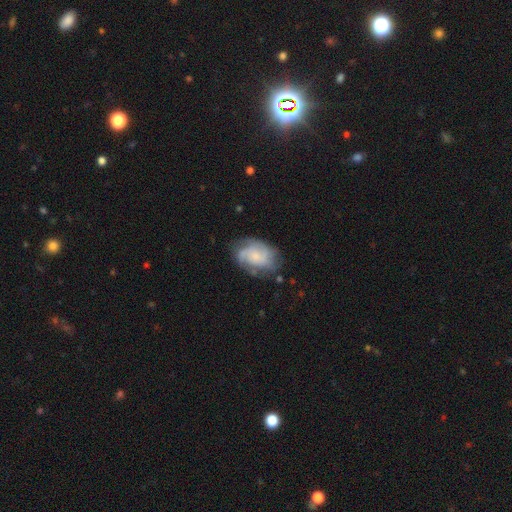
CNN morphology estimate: A featured or disk galaxy (70%) with no bar (71%), 2 (32%) tight (42%, tied with medium) spiral arms (92%) and a small central bulge (50%).

Vote fractions:
- Smooth or featured? featured or disk: 70% / smooth: 23% / star or artifact: 7%
- Edge-on disk? no: 97% / yes: 3%
- Bar? no: 71% / weak: 25% / strong: 4%
- Spiral arms? yes: 92% / no: 8%
- Spiral winding? tight: 42% (tied) / medium: 42% (tied) / loose: 17%
- Spiral arm count? 2: 32% / can't tell: 28% / 3: 24% / 4: 6% / 1: 5% / more than 4: 4%
- Bulge size? small: 50% / moderate: 25% / none: 18% / large: 6% / dominant: 2%
- Merging? none: 66% / minor disturbance: 22% / major disturbance: 10% / merger: 2%